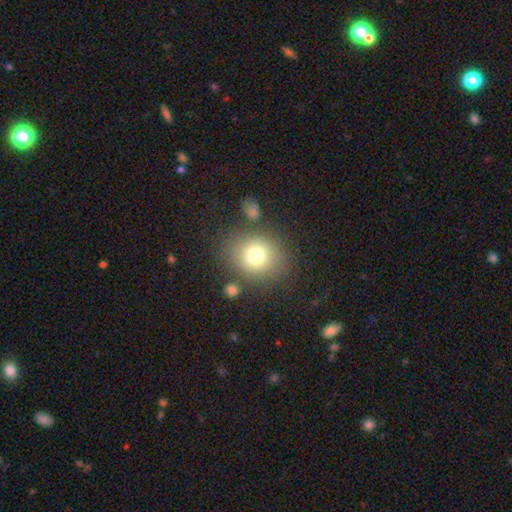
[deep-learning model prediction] Q: Smooth or featured?
A: smooth (76%); runner-up: featured or disk (12%)
Q: How rounded?
A: round (68%); runner-up: in between (31%)
Q: Merging?
A: none (76%); runner-up: minor disturbance (12%)